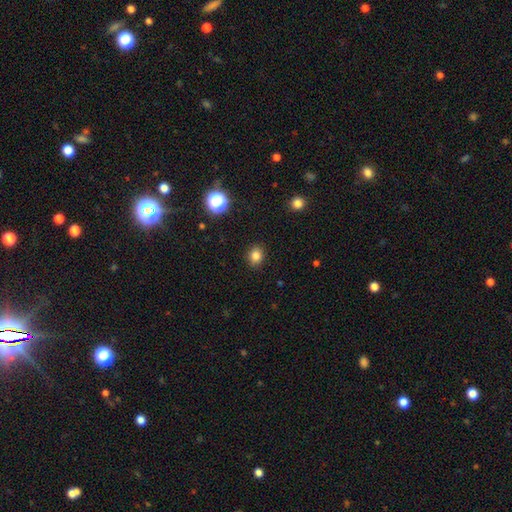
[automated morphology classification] A smooth galaxy with no disk features (83%) that is round (58%). Merging: none (90%).